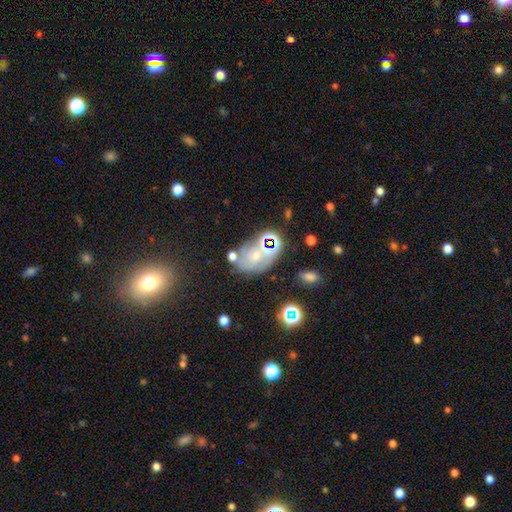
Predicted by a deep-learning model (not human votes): Overall: featured or disk (40%; smooth 36%). Merging: none (51%; minor disturbance 21%).